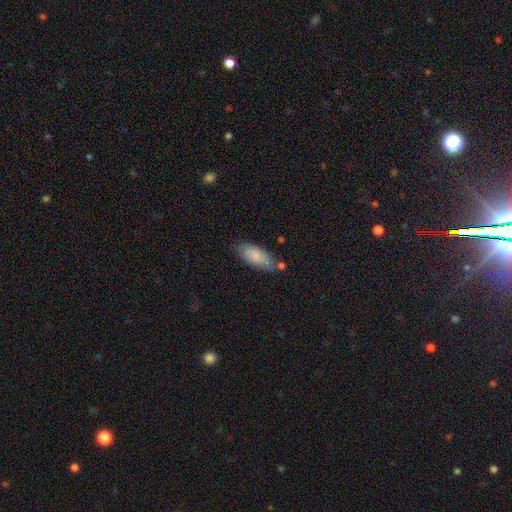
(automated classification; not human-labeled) The model was most divided on "merging": none: 68%, minor disturbance: 19%, merger: 9%, major disturbance: 4%. More confident: how rounded — in between (83%); smooth or featured — smooth (83%).